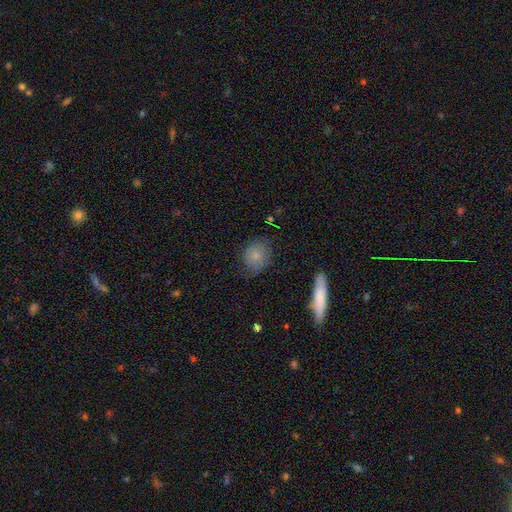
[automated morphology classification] This is likely a smooth galaxy (76%). How rounded: likely round (62%). Merging: likely none (68%).